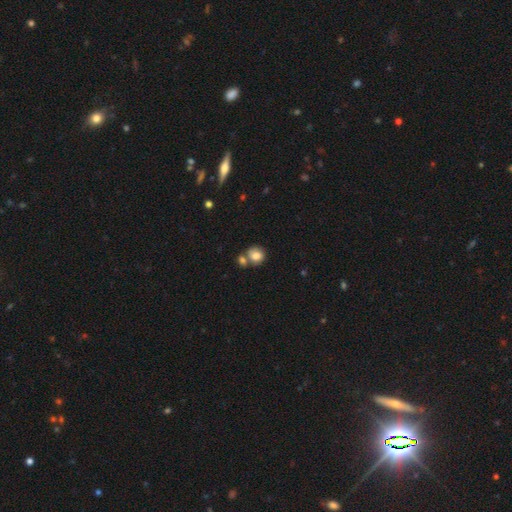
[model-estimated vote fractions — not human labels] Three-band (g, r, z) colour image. It shows a smooth galaxy with no disk features (79%) that is round (80%). Merging: none (46%).